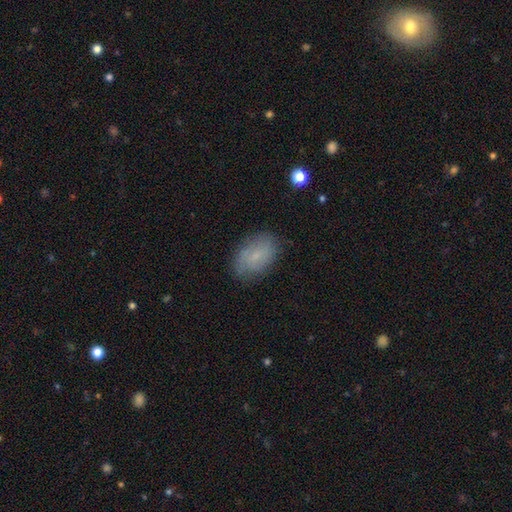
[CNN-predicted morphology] A smooth galaxy with no disk features (59%) that is in between round and cigar-shaped (88%).

Vote fractions:
- Smooth or featured? smooth: 59% / featured or disk: 32% / star or artifact: 9%
- How rounded? in between: 88% / round: 10% / cigar-shaped: 2%
- Merging? none: 76% / minor disturbance: 17% / major disturbance: 5% / merger: 1%